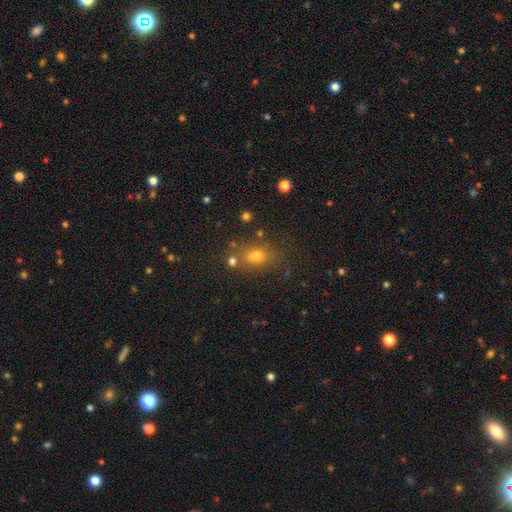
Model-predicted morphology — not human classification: type=smooth (67%); roundness=in between (66%); merging=none (68%).